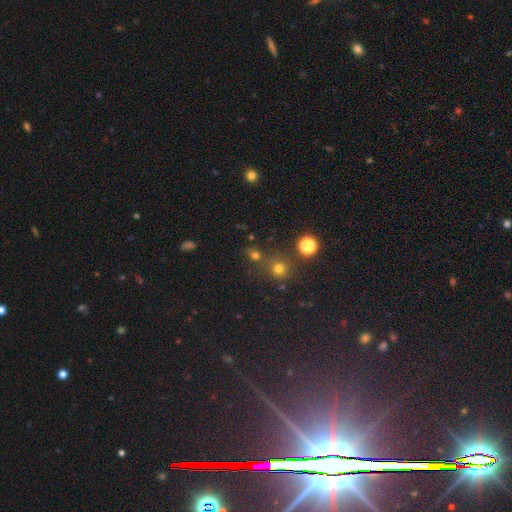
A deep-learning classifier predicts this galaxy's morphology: This appears to be a smooth galaxy with no disk features (57%) that is round (89%). Merging: none (72%).